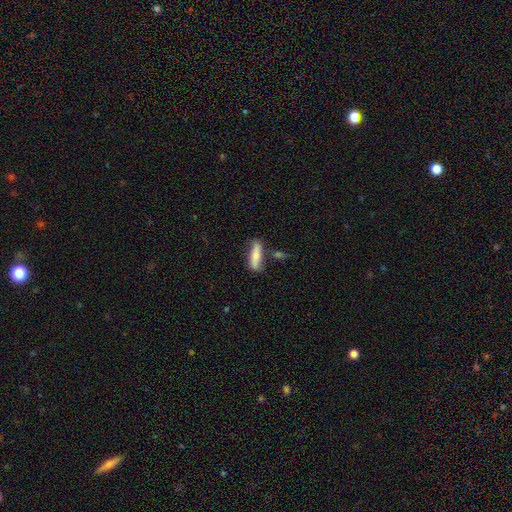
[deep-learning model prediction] This is likely a smooth galaxy (72%). How rounded: possibly cigar-shaped (58%). Merging: likely none (69%).